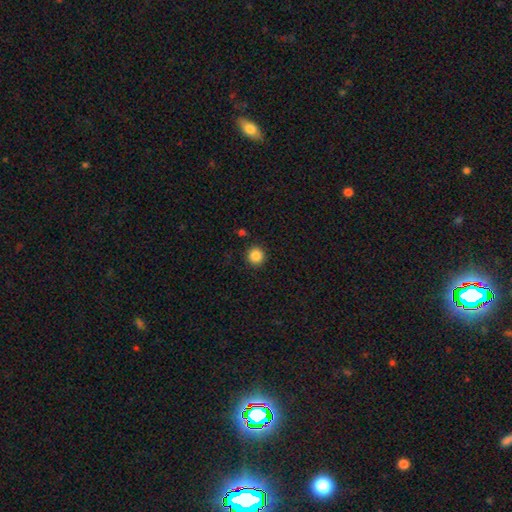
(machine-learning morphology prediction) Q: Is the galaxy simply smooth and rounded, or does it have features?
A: smooth — 86%.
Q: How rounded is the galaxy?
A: round — 94%.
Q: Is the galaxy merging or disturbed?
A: none — 91%.